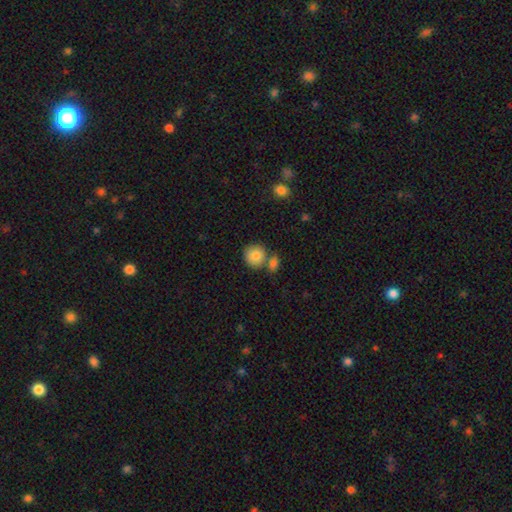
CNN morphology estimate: The model was most divided on "merging": none: 56%, merger: 31%, minor disturbance: 10%, major disturbance: 3%. More confident: how rounded — round (86%); smooth or featured — smooth (85%).